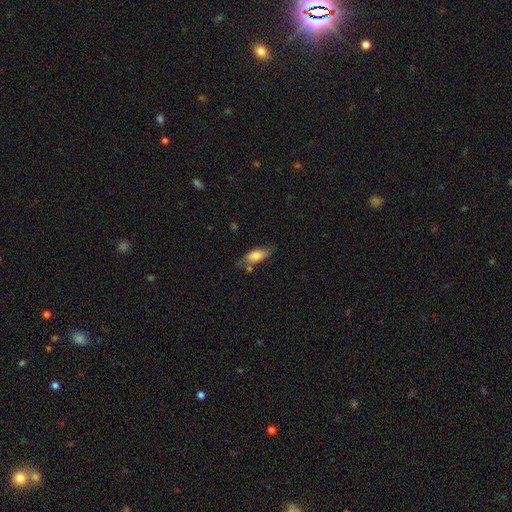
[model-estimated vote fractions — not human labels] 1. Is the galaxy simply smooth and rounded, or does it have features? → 72% smooth, 21% featured or disk, 7% star or artifact.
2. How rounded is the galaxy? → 78% in between, 19% cigar-shaped, 3% round.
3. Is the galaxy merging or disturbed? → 59% none, 25% minor disturbance, 8% merger, 7% major disturbance.